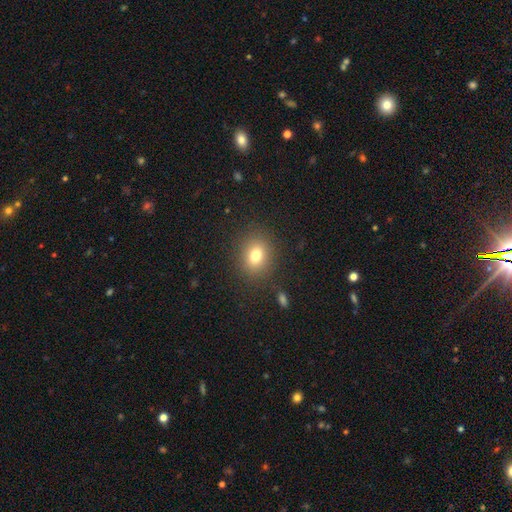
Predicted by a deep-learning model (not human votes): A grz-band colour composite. It shows a smooth galaxy with no disk features (77%) that is round (56%). Merging: none (85%).